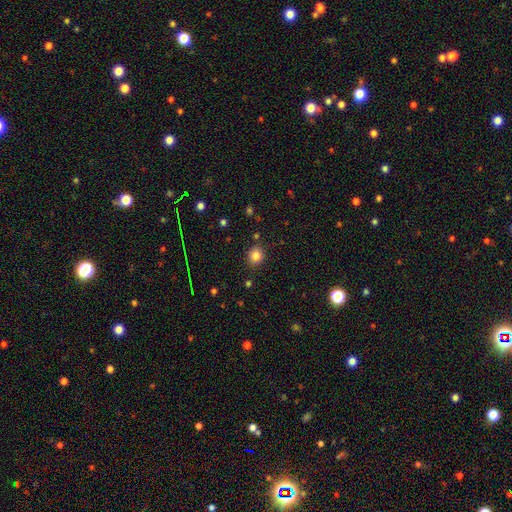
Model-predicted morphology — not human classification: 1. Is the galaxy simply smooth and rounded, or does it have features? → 82% smooth, 13% star or artifact, 6% featured or disk.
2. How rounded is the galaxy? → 79% round, 21% in between, 1% cigar-shaped.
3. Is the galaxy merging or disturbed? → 87% none, 8% minor disturbance, 2% major disturbance, 2% merger.